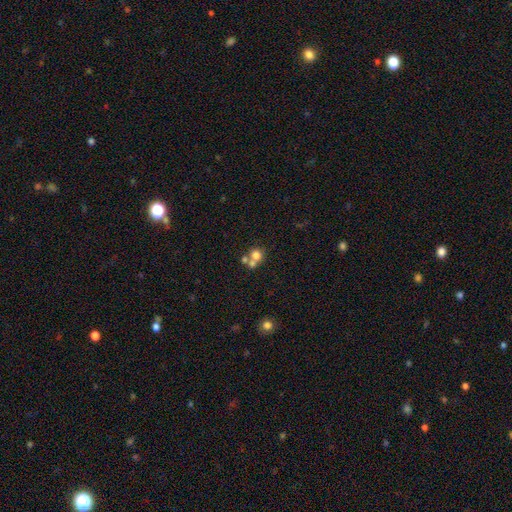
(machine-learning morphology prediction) Overall: smooth (69%). How rounded: round (80%). Merging: merger (53%; none 37%).